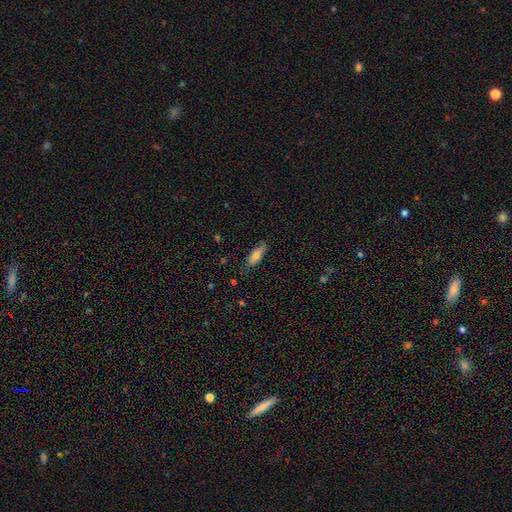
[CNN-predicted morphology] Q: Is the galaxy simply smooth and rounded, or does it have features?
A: smooth — 77%.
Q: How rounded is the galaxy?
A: in between — 64%.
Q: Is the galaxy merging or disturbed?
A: none — 78%.